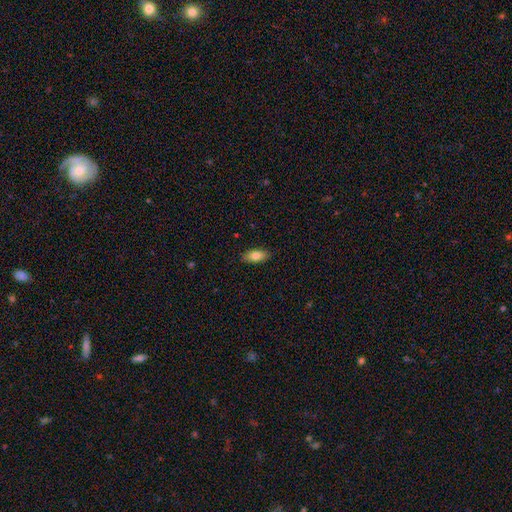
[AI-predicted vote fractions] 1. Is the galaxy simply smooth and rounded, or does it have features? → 81% smooth, 12% featured or disk, 7% star or artifact.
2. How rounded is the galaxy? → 87% in between, 10% cigar-shaped, 3% round.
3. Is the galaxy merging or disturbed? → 88% none, 9% minor disturbance, 2% major disturbance, 1% merger.